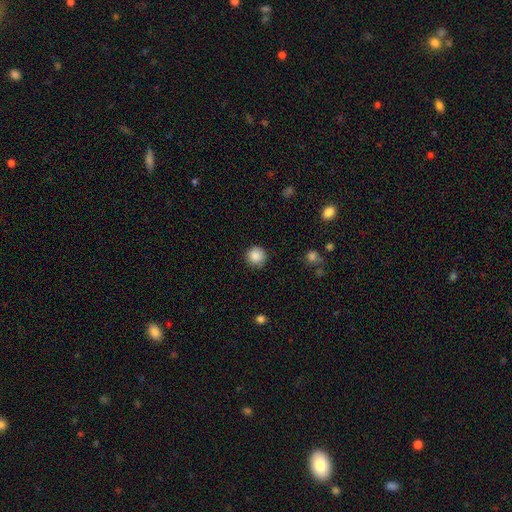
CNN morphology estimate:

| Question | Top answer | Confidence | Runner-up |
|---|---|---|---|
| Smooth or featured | smooth | 87% | star or artifact (9%) |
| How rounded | round | 95% | in between (4%) |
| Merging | none | 87% | minor disturbance (9%) |